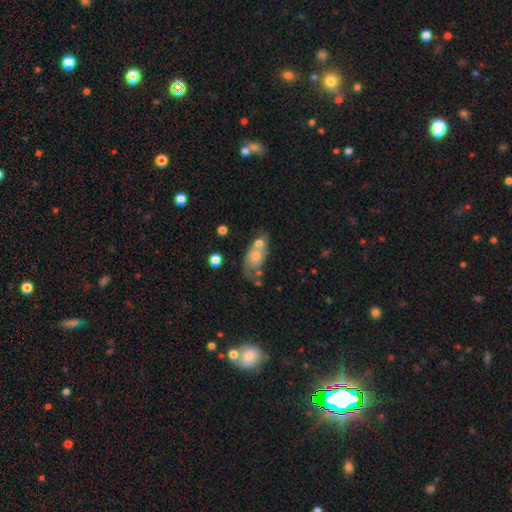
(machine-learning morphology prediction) Smooth or featured?
  - smooth: 48% *
  - featured or disk: 44%
  - star or artifact: 8%
Merging?
  - merger: 33% *
  - none: 28%
  - major disturbance: 20%
  - minor disturbance: 19%